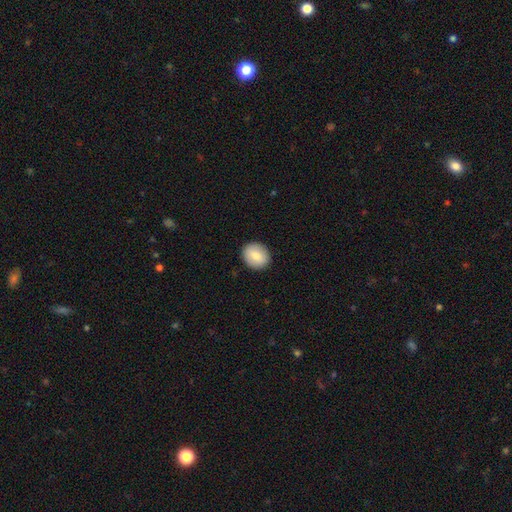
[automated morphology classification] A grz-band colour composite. It shows a smooth galaxy with no disk features (78%) that is round (70%). Merging: none (90%).